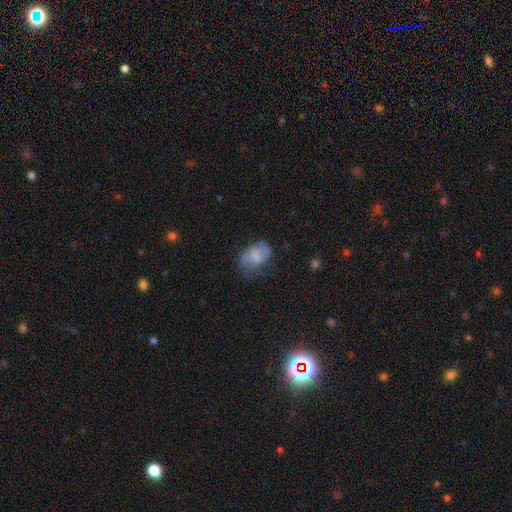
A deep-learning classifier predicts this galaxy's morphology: The model was most divided on "merging": none: 48%, minor disturbance: 31%, major disturbance: 19%, merger: 2%. More confident: how rounded — in between (80%); smooth or featured — smooth (58%).